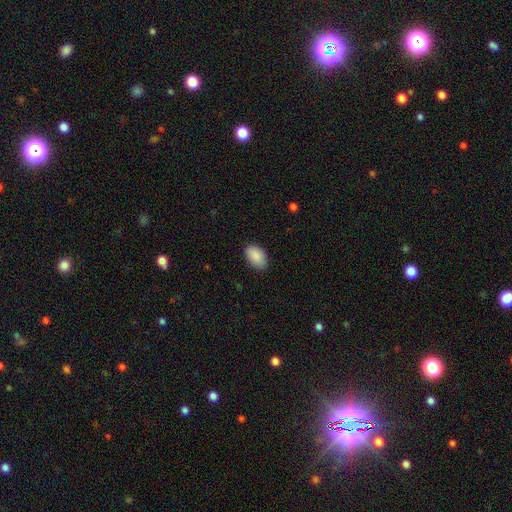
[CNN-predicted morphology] Overall: smooth (90%). How rounded: in between (92%). Merging: none (85%).